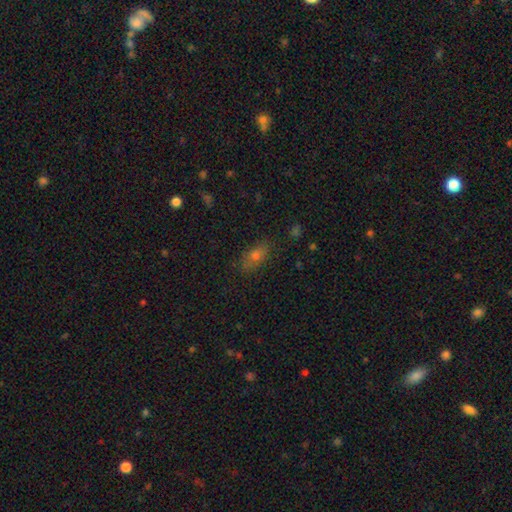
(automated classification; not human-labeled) smooth 67%, featured or disk 17%, star or artifact 16%. Down the decision tree: how rounded — in between (78%); merging — none (79%).